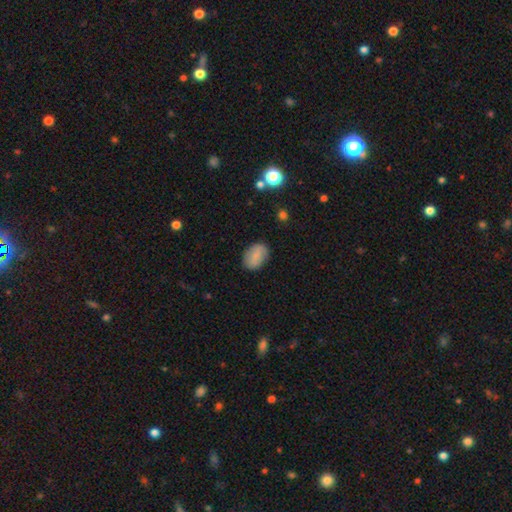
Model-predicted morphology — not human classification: Smooth or featured? Predicted: smooth (p=0.80). How rounded? Predicted: in between (p=0.79). Merging? Predicted: none (p=0.84).